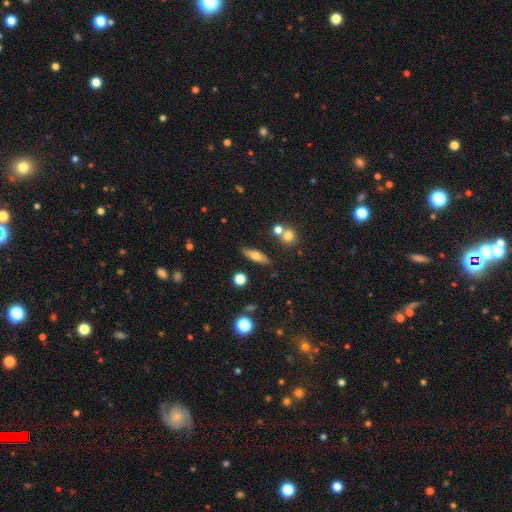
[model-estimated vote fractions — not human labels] This appears to be a smooth galaxy with no disk features (59%) that is cigar-shaped (54%). Merging: none (81%).